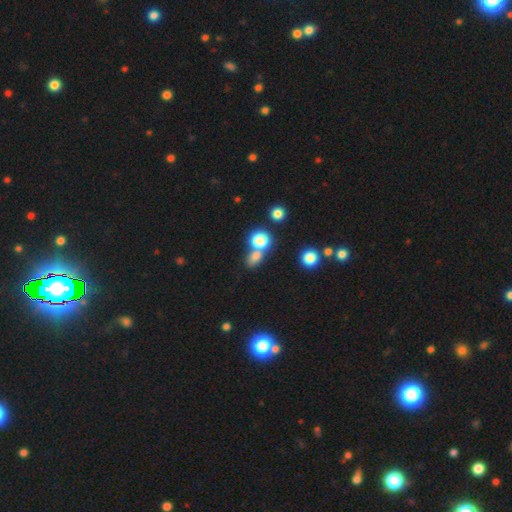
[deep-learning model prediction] This is likely a smooth galaxy (74%). How rounded: possibly round (55%). Merging: possibly none (47%).